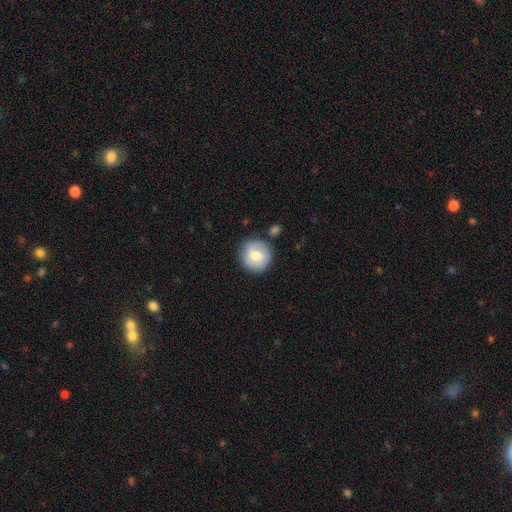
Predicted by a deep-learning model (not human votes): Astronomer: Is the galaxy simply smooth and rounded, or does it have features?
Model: smooth — 65%.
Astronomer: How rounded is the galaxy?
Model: round — 93%.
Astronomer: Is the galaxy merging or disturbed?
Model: none — 80%.